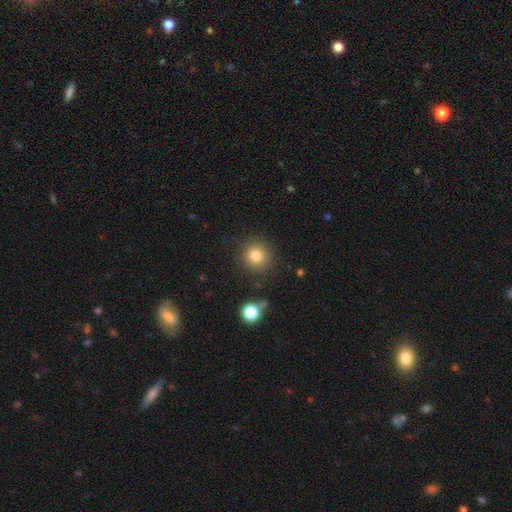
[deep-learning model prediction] This is clearly a smooth galaxy (82%). How rounded: clearly round (93%). Merging: clearly none (86%).